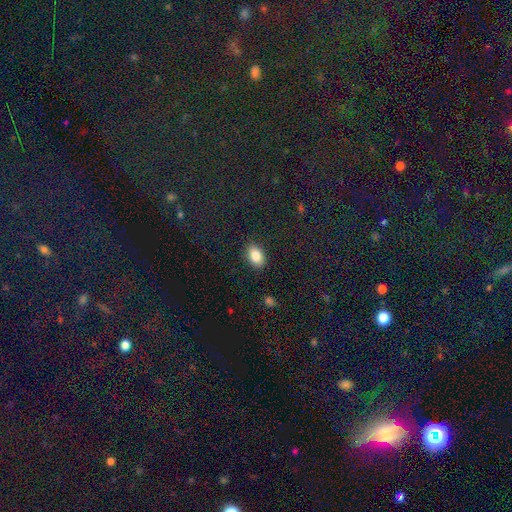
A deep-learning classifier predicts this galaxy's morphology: Smooth or featured?
  - smooth: 85% *
  - star or artifact: 8%
  - featured or disk: 7%
How rounded?
  - in between: 89% *
  - round: 9%
  - cigar-shaped: 2%
Merging?
  - none: 88% *
  - minor disturbance: 9%
  - major disturbance: 2%
  - merger: 1%